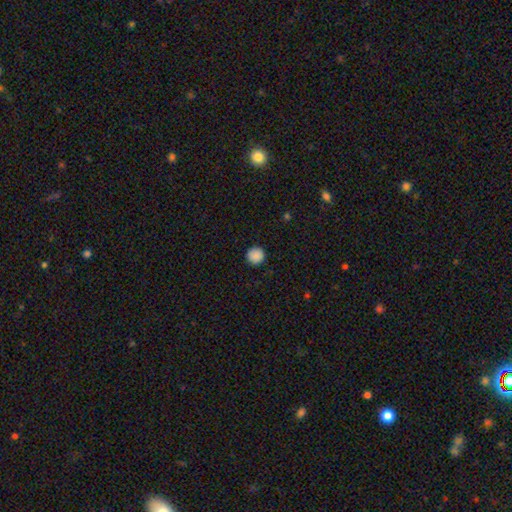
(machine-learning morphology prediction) Smooth or featured? Predicted: smooth (p=0.88). How rounded? Predicted: round (p=0.95). Merging? Predicted: none (p=0.92).